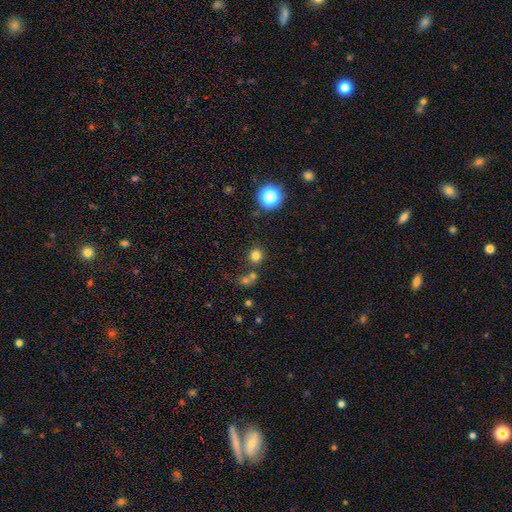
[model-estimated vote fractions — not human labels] A smooth galaxy with no disk features (75%) that is round (92%).

Vote fractions:
- Smooth or featured? smooth: 75% / star or artifact: 19% / featured or disk: 6%
- How rounded? round: 92% / in between: 7% / cigar-shaped: 1%
- Merging? none: 75% / merger: 15% / minor disturbance: 7% / major disturbance: 3%